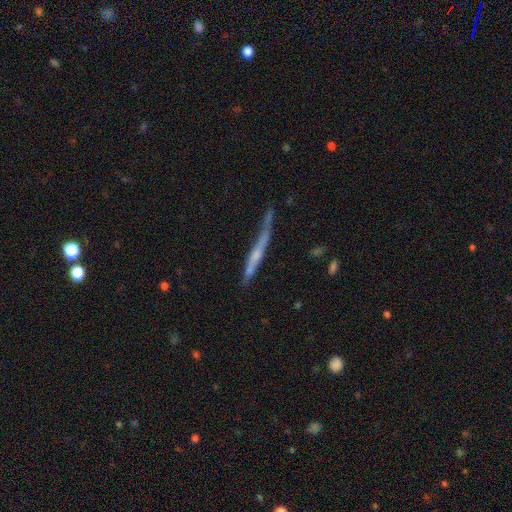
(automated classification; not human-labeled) Overall: featured or disk (58%; smooth 34%). Edge-on disk: yes (89%). Edge-on bulge: none (59%; rounded 30%). Merging: none (53%; minor disturbance 27%).